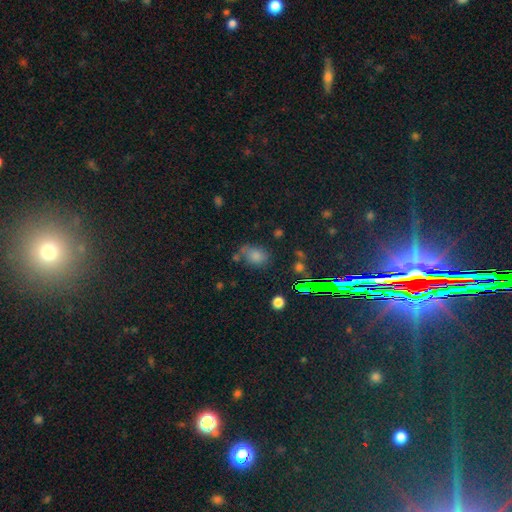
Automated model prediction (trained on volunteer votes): This appears to be a smooth galaxy with no disk features (74%) that is in between round and cigar-shaped (72%). Merging: none (57%).